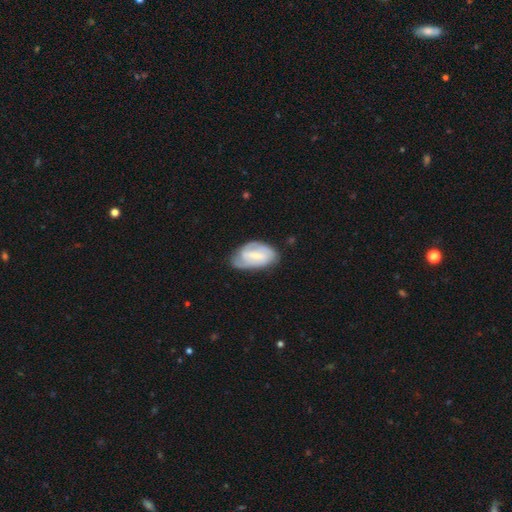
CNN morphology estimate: Overall: featured or disk (61%; smooth 33%). Edge-on disk: no (96%). Bar: weak (46%; strong 35%). Spiral arms: yes (80%). Bulge size: small (53%; moderate 27%). Merging: none (57%; minor disturbance 31%).